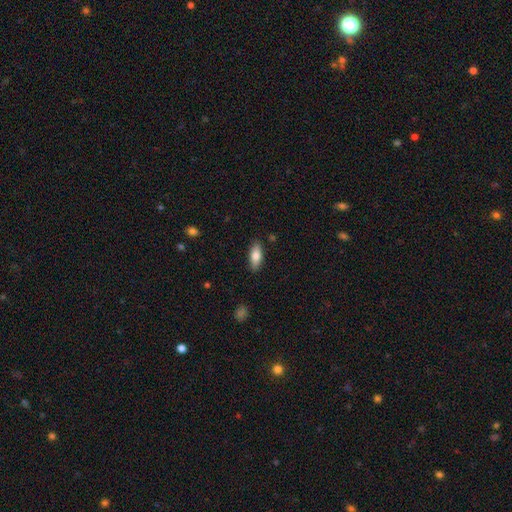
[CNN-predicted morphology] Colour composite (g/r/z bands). It shows a smooth galaxy with no disk features (79%) that is in between round and cigar-shaped (75%). Merging: none (87%).